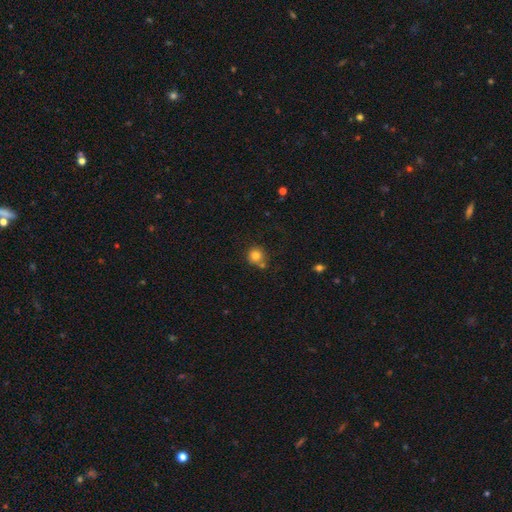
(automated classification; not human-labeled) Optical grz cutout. It shows a smooth galaxy with no disk features (80%) that is round (91%). Merging: none (67%).